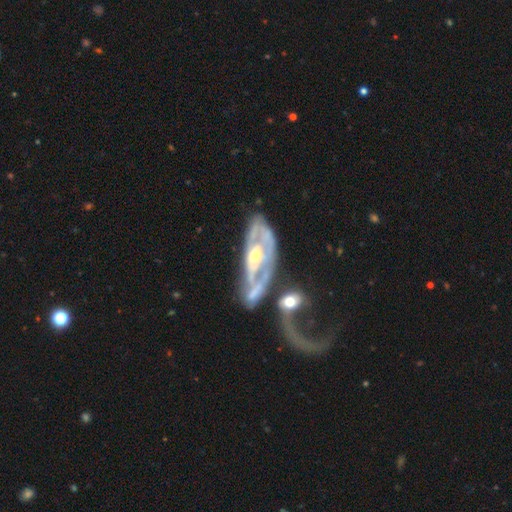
Smooth or featured: featured or disk — 95% (smooth — 5%)
Edge-on disk: no — 94% (yes — 6%)
Bar: no — 52% (weak — 30%)
Spiral arms: yes — 64% (no — 36%)
Spiral winding: medium — 57% (tight — 33%)
Spiral arm count: can't tell — 52% (2 — 19%)
Bulge size: moderate — 58% (small — 33%)
Merging: merger — 43% (major disturbance — 22%)